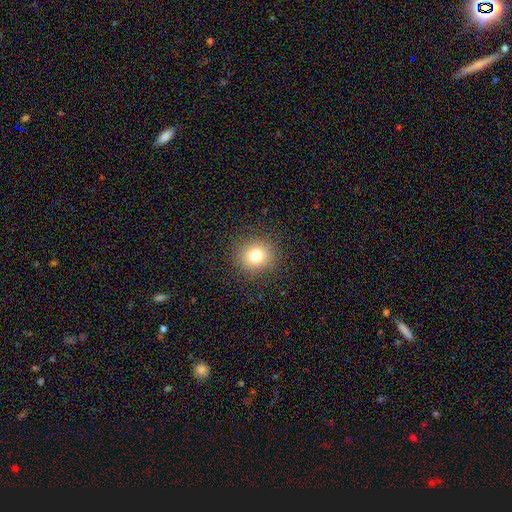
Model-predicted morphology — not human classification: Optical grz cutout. It shows a smooth galaxy with no disk features (77%) that is round (87%). Merging: none (89%).